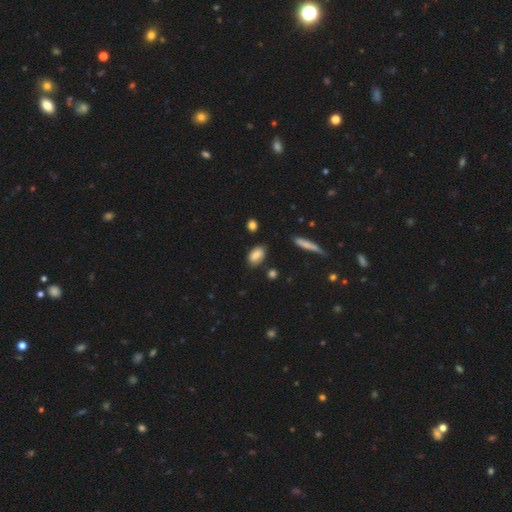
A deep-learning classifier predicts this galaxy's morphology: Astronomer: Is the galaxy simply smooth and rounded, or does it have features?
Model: smooth — 80%.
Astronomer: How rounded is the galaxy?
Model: in between — 88%.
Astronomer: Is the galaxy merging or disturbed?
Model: none — 79%.